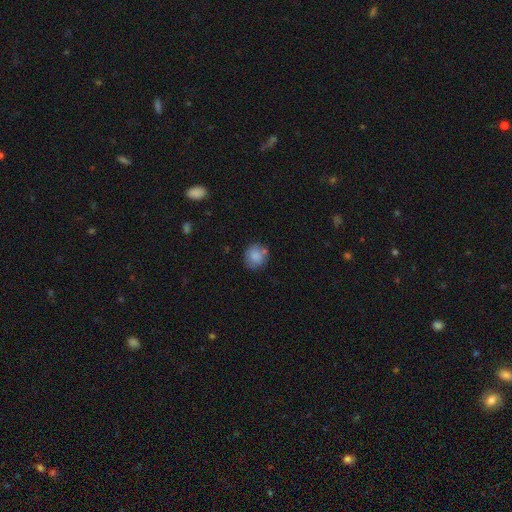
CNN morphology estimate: type=smooth (84%); roundness=round (84%); merging=none (71%).